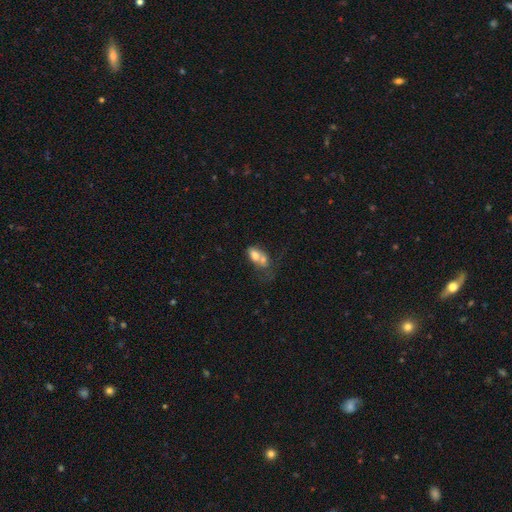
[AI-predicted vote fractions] Smooth or featured?
  - smooth: 66% *
  - featured or disk: 24%
  - star or artifact: 10%
How rounded?
  - in between: 80% *
  - round: 17%
  - cigar-shaped: 4%
Merging?
  - merger: 60% *
  - none: 18%
  - major disturbance: 12%
  - minor disturbance: 10%